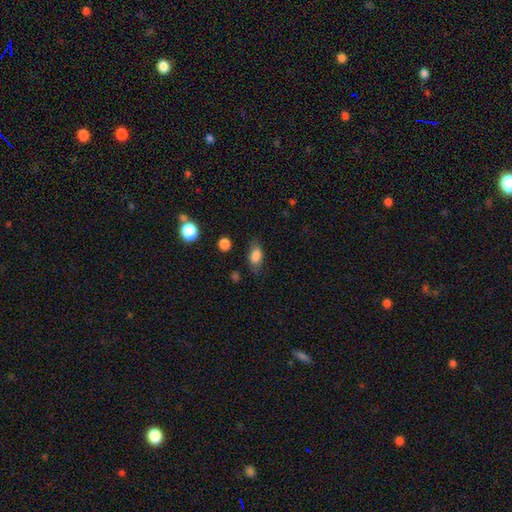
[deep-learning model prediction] Smooth or featured? smooth (83%)
How rounded? in between (85%)
Merging? none (73%)